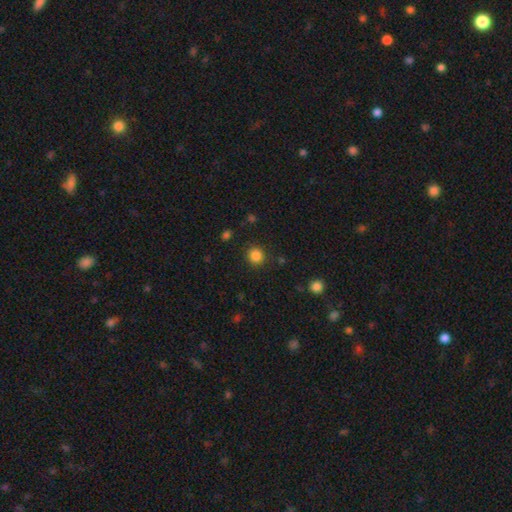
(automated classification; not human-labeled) Smooth or featured?
  - smooth: 85% *
  - star or artifact: 12%
  - featured or disk: 3%
How rounded?
  - round: 91% *
  - in between: 8%
  - cigar-shaped: 1%
Merging?
  - none: 89% *
  - minor disturbance: 7%
  - major disturbance: 3%
  - merger: 2%